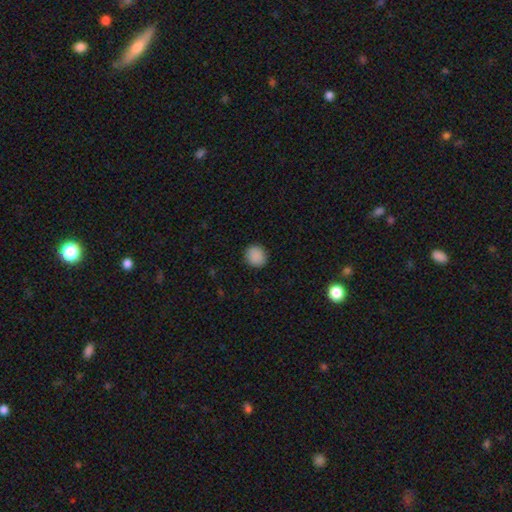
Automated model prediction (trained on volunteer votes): smooth 89%, star or artifact 9%, featured or disk 2%. Down the decision tree: how rounded — round (85%); merging — none (90%).